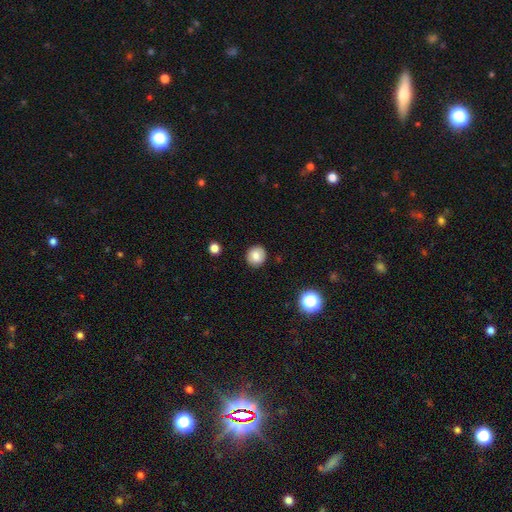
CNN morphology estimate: type=smooth (81%); roundness=round (90%); merging=none (91%).